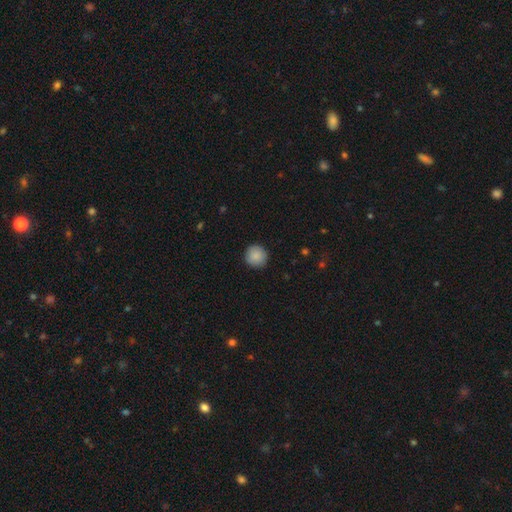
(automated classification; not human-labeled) smooth-or-featured: smooth: 88% | star or artifact: 8% | featured or disk: 4%
  how-rounded: round: 94% | in between: 5% | cigar-shaped: 1%
  merging: none: 90% | minor disturbance: 7% | major disturbance: 2% | merger: 1%